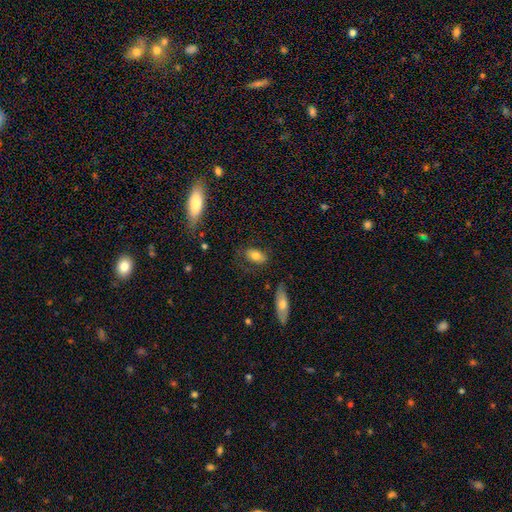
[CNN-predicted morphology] This is likely a smooth galaxy (73%). How rounded: clearly in between (88%). Merging: likely none (71%).